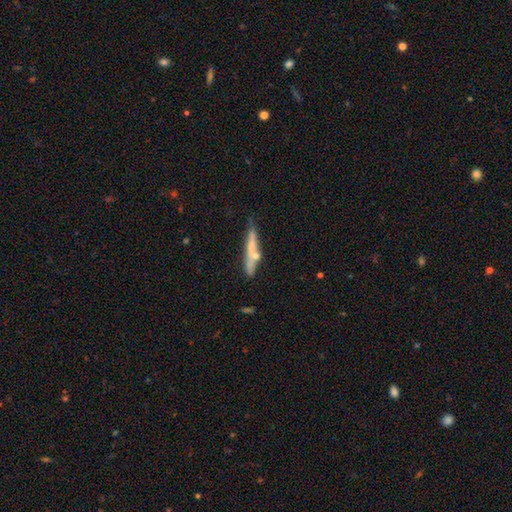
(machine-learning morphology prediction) type=smooth (49%); merging=none (60%).